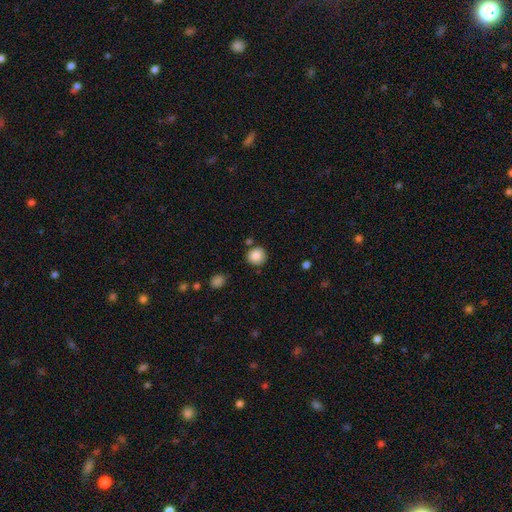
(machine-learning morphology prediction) The model was most divided on "merging": none: 83%, minor disturbance: 10%, merger: 5%, major disturbance: 2%. More confident: how rounded — round (90%); smooth or featured — smooth (84%).